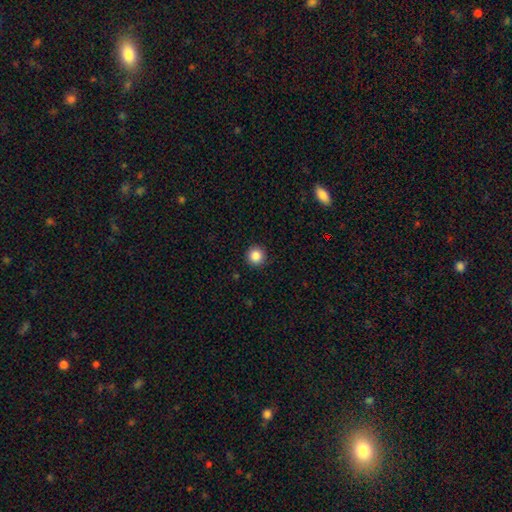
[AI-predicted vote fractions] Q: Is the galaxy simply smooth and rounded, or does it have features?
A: smooth — 86%.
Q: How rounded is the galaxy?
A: round — 95%.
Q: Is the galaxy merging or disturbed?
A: none — 91%.